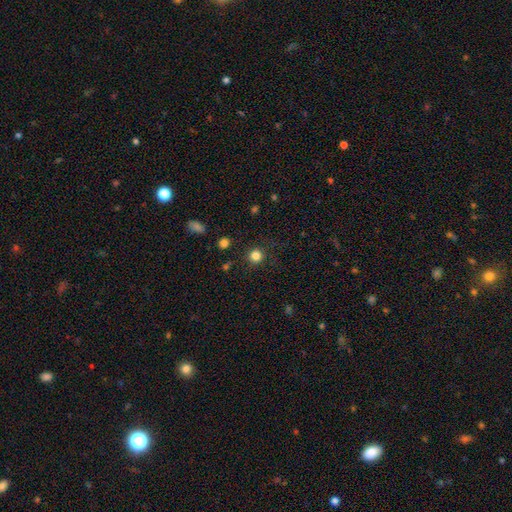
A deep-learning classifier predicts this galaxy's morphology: smooth_or_featured: smooth (p=0.83) [alt: star or artifact p=0.13]
how_rounded: round (p=0.94) [alt: in between p=0.05]
merging: none (p=0.89) [alt: minor disturbance p=0.07]